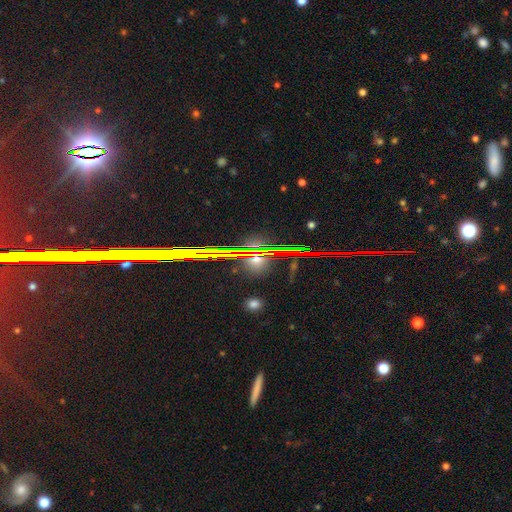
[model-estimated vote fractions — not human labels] Smooth or featured?
  - star or artifact: 67% *
  - smooth: 21%
  - featured or disk: 12%